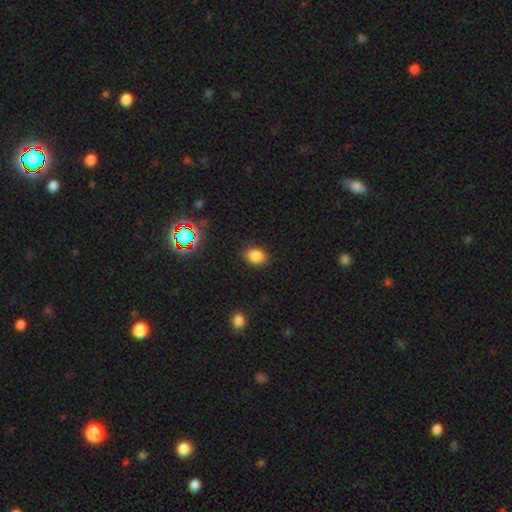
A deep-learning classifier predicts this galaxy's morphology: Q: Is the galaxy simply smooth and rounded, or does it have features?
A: smooth — 83%.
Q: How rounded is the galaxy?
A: in between — 64%.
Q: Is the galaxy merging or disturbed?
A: none — 86%.